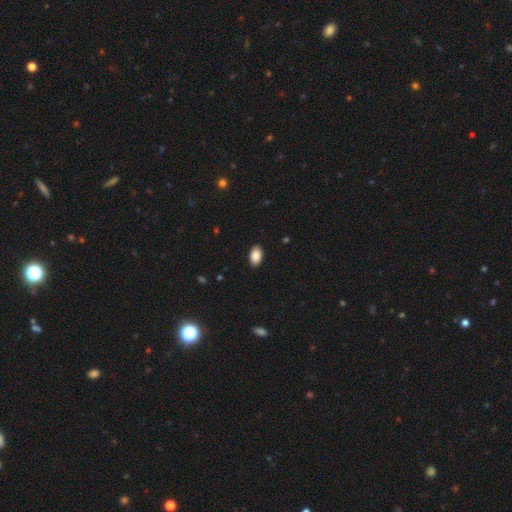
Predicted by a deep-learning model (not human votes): smooth 89%, star or artifact 7%, featured or disk 4%. Down the decision tree: how rounded — in between (92%); merging — none (89%).